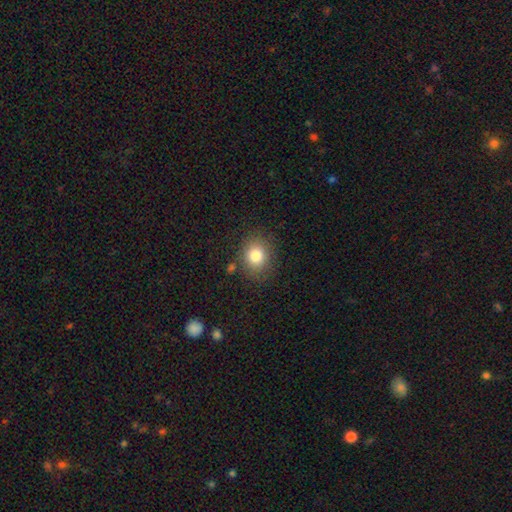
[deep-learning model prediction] smooth-or-featured: smooth: 82% | star or artifact: 10% | featured or disk: 8%
  how-rounded: round: 63% | in between: 36% | cigar-shaped: 1%
  merging: none: 81% | minor disturbance: 12% | major disturbance: 4% | merger: 3%